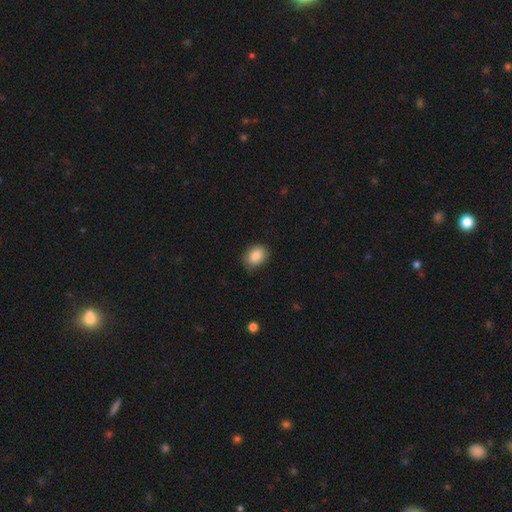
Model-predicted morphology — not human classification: Smooth or featured? Predicted: smooth (p=0.86). How rounded? Predicted: in between (p=0.72). Merging? Predicted: none (p=0.80).